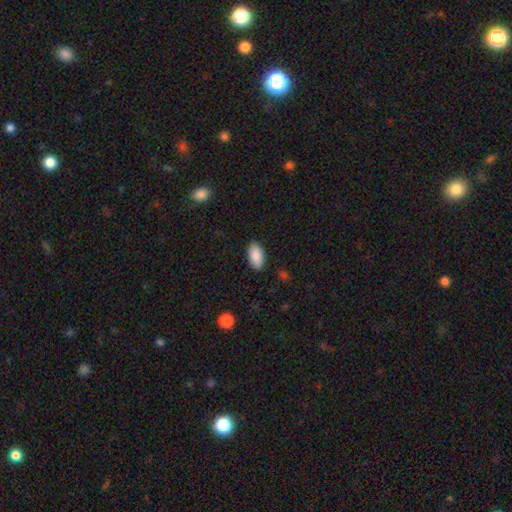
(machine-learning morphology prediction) smooth-or-featured: smooth: 89% | star or artifact: 6% | featured or disk: 4%
  how-rounded: in between: 95% | cigar-shaped: 3% | round: 3%
  merging: none: 87% | minor disturbance: 9% | major disturbance: 2% | merger: 1%